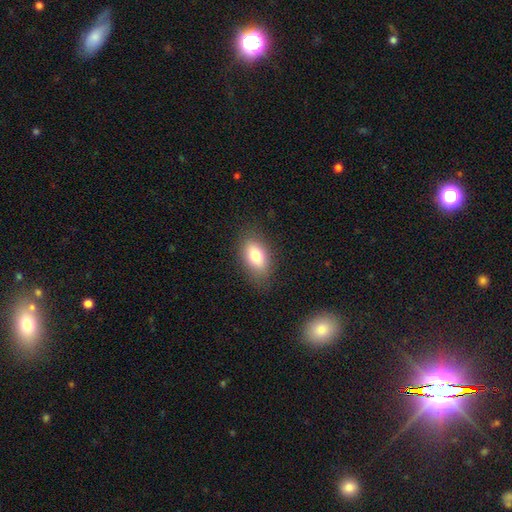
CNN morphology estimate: This is likely a smooth galaxy (77%). How rounded: clearly in between (87%). Merging: clearly none (82%).